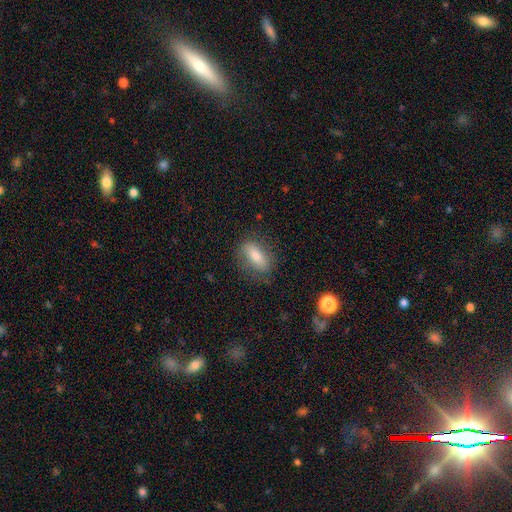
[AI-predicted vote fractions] Q: Smooth or featured?
A: smooth (69%); runner-up: featured or disk (22%)
Q: How rounded?
A: in between (69%); runner-up: cigar-shaped (25%)
Q: Merging?
A: none (77%); runner-up: minor disturbance (16%)